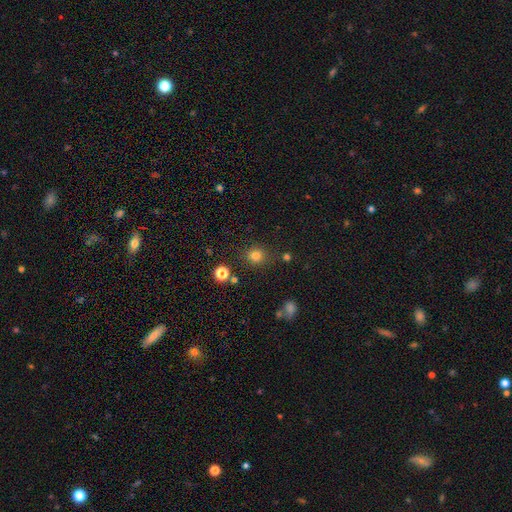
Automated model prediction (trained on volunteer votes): This appears to be a smooth galaxy with no disk features (80%) that is round (88%). Merging: none (84%).